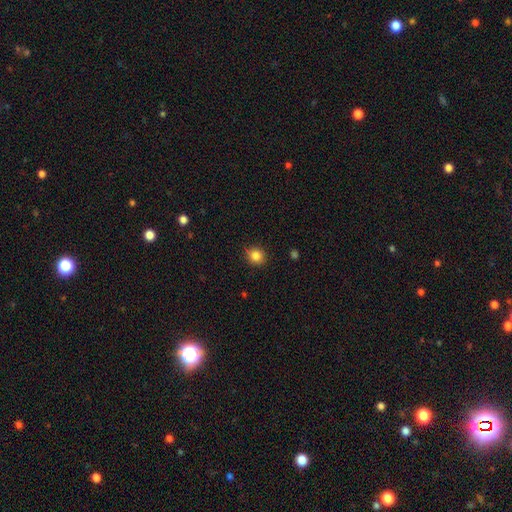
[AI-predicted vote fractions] smooth 84%, star or artifact 11%, featured or disk 5%. Down the decision tree: how rounded — round (81%); merging — none (87%).